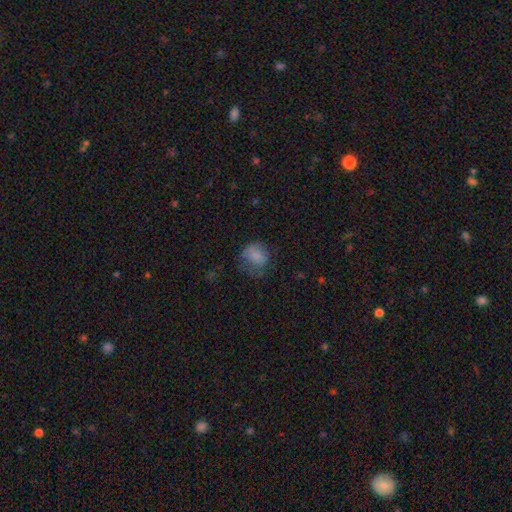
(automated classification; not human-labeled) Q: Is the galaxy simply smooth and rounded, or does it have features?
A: smooth — 75%.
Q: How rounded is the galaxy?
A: round — 64%.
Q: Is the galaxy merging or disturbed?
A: none — 49%.